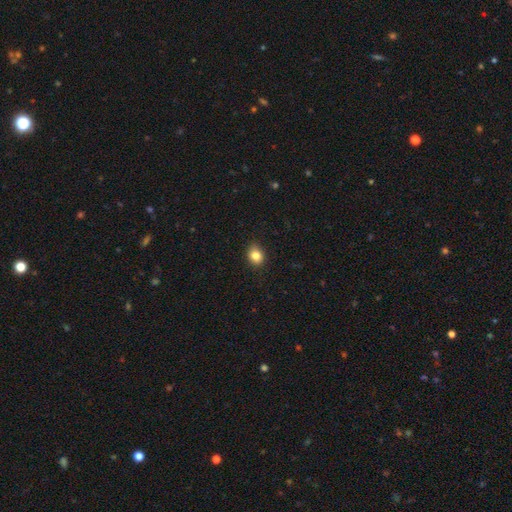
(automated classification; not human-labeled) Q: Smooth or featured?
A: smooth (83%); runner-up: star or artifact (10%)
Q: How rounded?
A: round (53%); runner-up: in between (46%)
Q: Merging?
A: none (86%); runner-up: minor disturbance (11%)